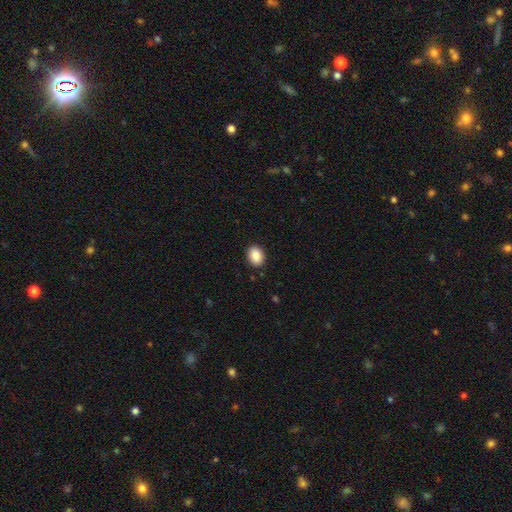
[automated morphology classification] A smooth galaxy with no disk features (88%) that is in between round and cigar-shaped (72%).

Vote fractions:
- Smooth or featured? smooth: 88% / star or artifact: 8% / featured or disk: 4%
- How rounded? in between: 72% / round: 27% / cigar-shaped: 1%
- Merging? none: 89% / minor disturbance: 8% / major disturbance: 2% / merger: 1%